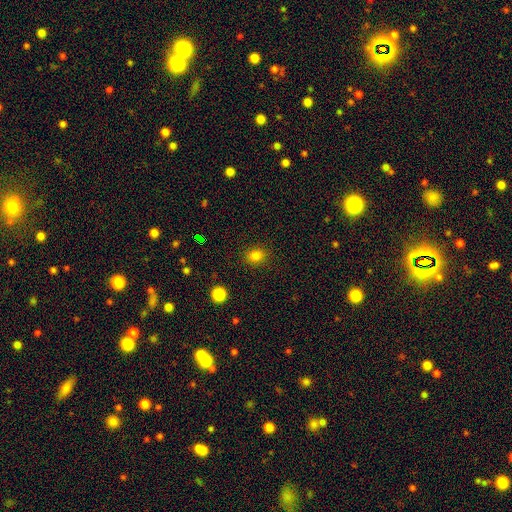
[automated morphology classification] Smooth or featured?
  - smooth: 81% *
  - star or artifact: 14%
  - featured or disk: 5%
How rounded?
  - round: 54% *
  - in between: 45%
  - cigar-shaped: 1%
Merging?
  - none: 88% *
  - minor disturbance: 8%
  - major disturbance: 3%
  - merger: 1%